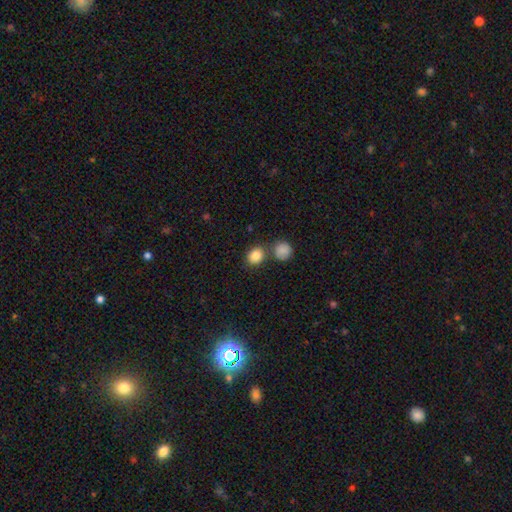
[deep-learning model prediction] The model was most divided on "how rounded": round: 64%, in between: 35%, cigar-shaped: 1%. More confident: smooth or featured — smooth (86%); merging — none (66%).